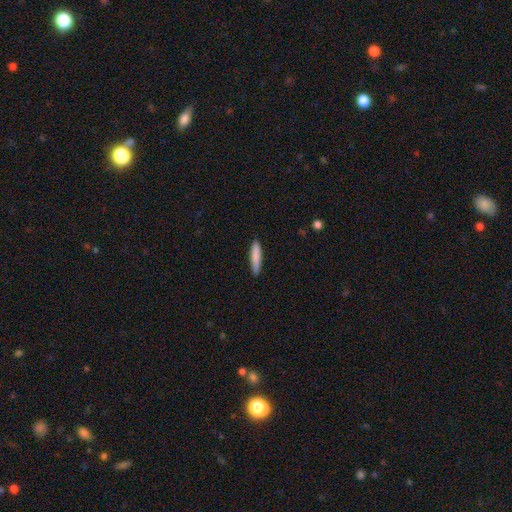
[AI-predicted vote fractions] Q: Smooth or featured?
A: smooth (83%); runner-up: featured or disk (11%)
Q: How rounded?
A: cigar-shaped (88%); runner-up: in between (10%)
Q: Merging?
A: none (88%); runner-up: minor disturbance (9%)